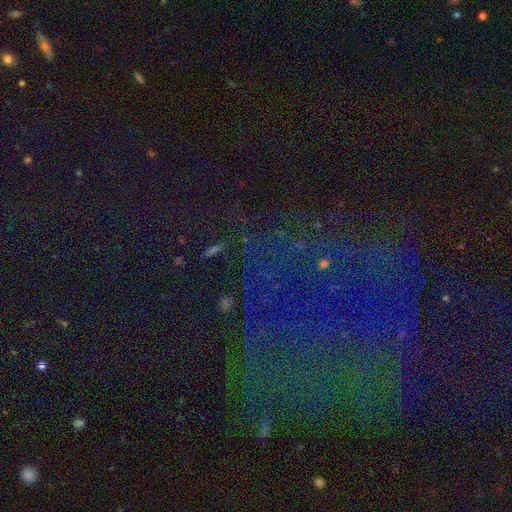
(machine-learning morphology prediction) This appears to be a star or artifact, not a galaxy (72%).